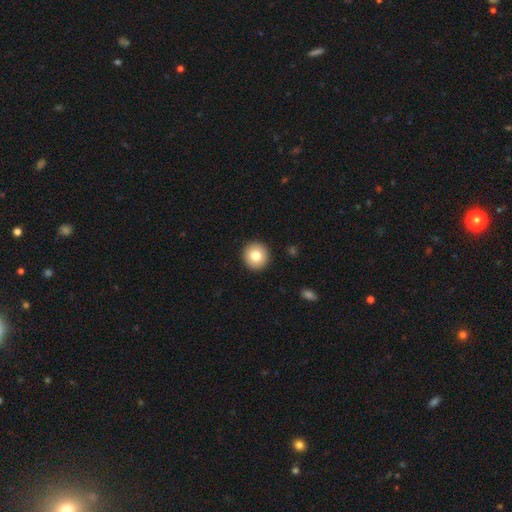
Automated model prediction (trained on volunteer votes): This is likely a smooth galaxy (78%). How rounded: clearly round (94%). Merging: clearly none (93%).